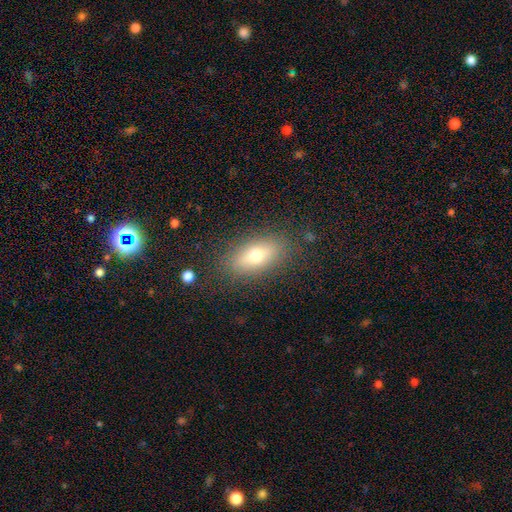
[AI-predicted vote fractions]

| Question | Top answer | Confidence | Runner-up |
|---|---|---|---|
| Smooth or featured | smooth | 68% | featured or disk (22%) |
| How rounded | in between | 81% | cigar-shaped (11%) |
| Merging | none | 84% | minor disturbance (11%) |